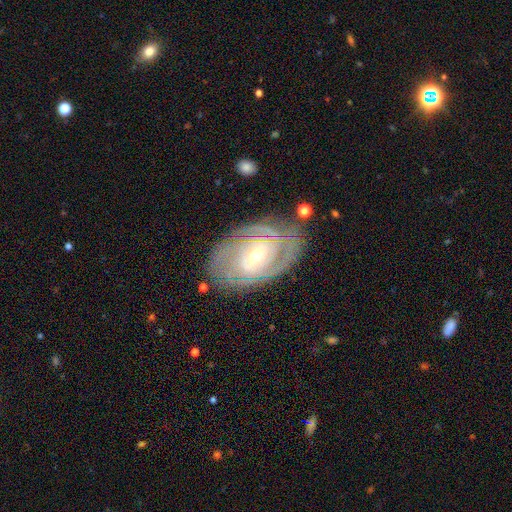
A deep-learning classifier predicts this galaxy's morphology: featured or disk 87%, smooth 7%, star or artifact 5%. Down the decision tree: edge-on disk — no (96%); bar — no (43%); spiral arms — yes (96%); spiral arm count — can't tell (28%); spiral winding — tight (74%); bulge size — small (60%); merging — none (77%).